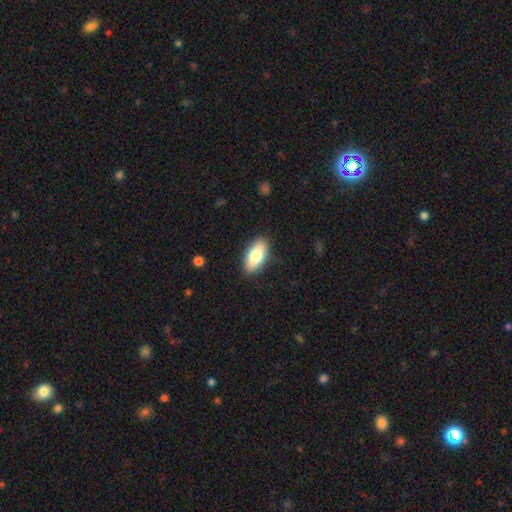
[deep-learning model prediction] Smooth or featured: smooth — 76% (featured or disk — 18%)
How rounded: in between — 87% (cigar-shaped — 10%)
Merging: none — 87% (minor disturbance — 9%)